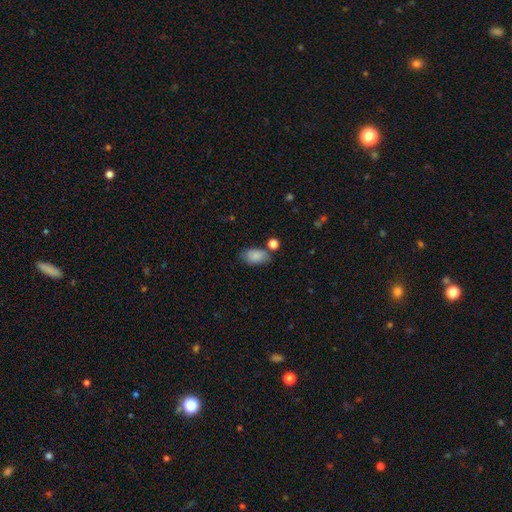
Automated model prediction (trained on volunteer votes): Smooth or featured? smooth (85%)
How rounded? in between (90%)
Merging? none (66%)